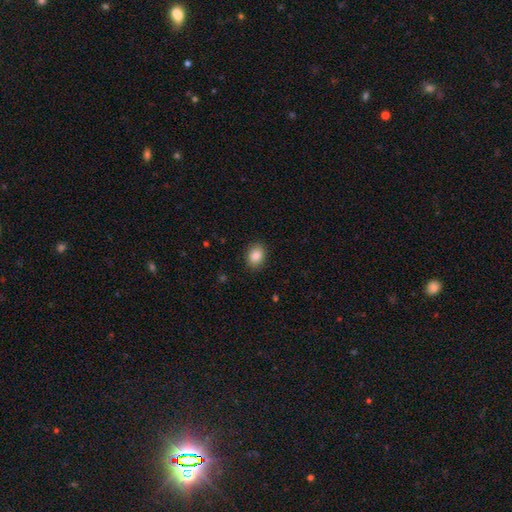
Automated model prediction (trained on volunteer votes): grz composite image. It shows a smooth galaxy with no disk features (86%) that is in between round and cigar-shaped (61%). Merging: none (89%).